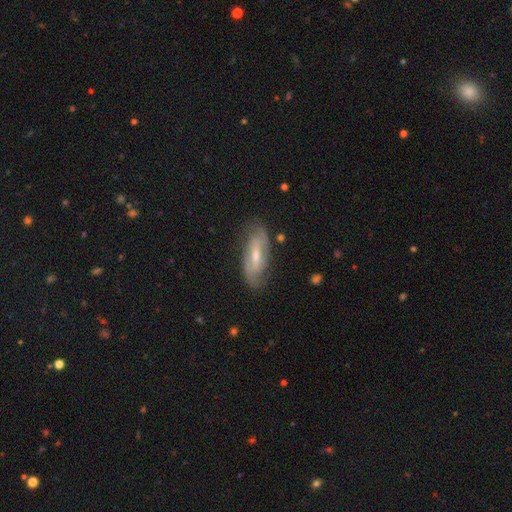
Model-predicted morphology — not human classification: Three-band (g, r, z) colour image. It shows a featured or disk galaxy (73%) with a weak bar (44%), 2 (72%) medium (40%) spiral arms (83%) and a small central bulge (48%). Merging: none (78%).